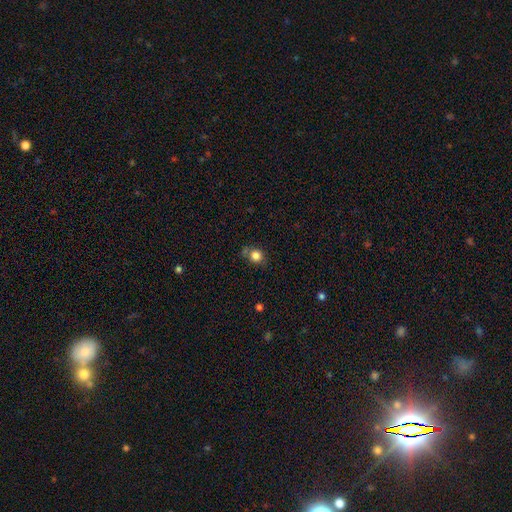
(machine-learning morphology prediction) smooth_or_featured: smooth (p=0.82) [alt: star or artifact p=0.11]
how_rounded: round (p=0.76) [alt: in between p=0.23]
merging: none (p=0.66) [alt: minor disturbance p=0.21]